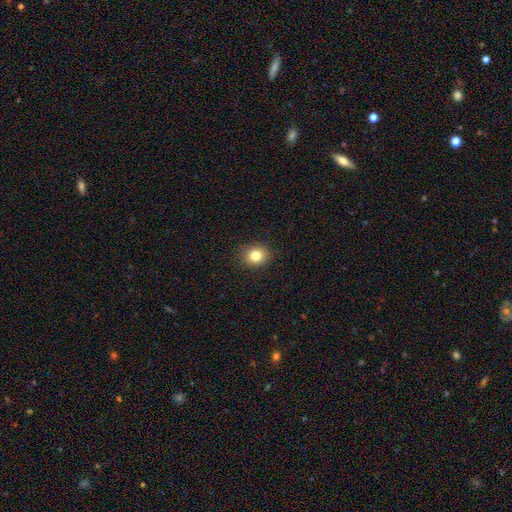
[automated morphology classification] Overall: smooth (81%). How rounded: round (80%). Merging: none (90%).